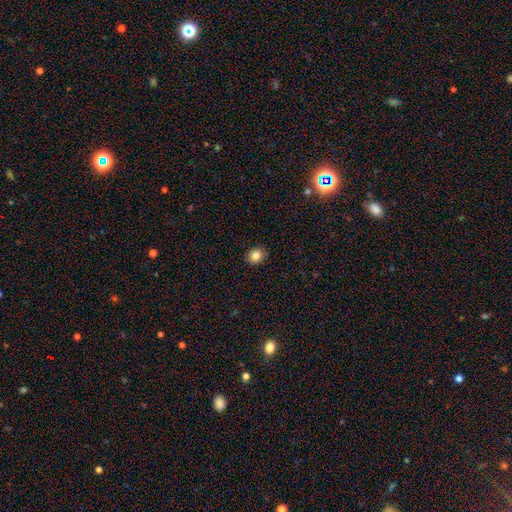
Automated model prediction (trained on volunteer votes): Smooth or featured?
  - smooth: 84% *
  - star or artifact: 10%
  - featured or disk: 6%
How rounded?
  - round: 69% *
  - in between: 31%
  - cigar-shaped: 1%
Merging?
  - none: 90% *
  - minor disturbance: 7%
  - major disturbance: 2%
  - merger: 1%